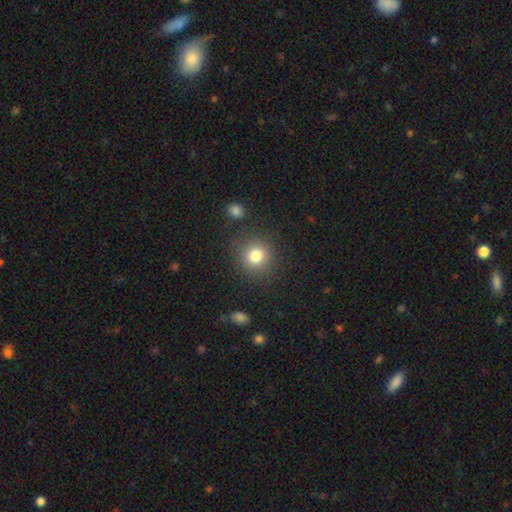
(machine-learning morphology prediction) This is clearly a smooth galaxy (81%). How rounded: clearly round (89%). Merging: clearly none (86%).